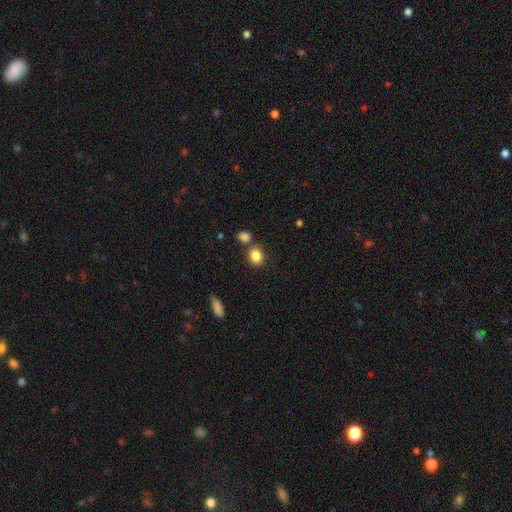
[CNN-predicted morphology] Smooth or featured: smooth — 85% (star or artifact — 9%)
How rounded: in between — 55% (round — 44%)
Merging: none — 67% (merger — 19%)